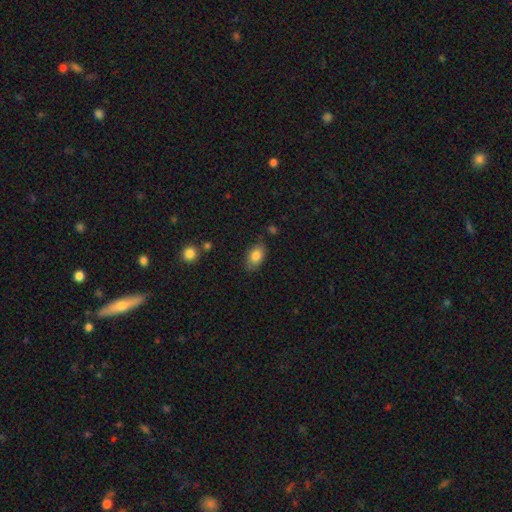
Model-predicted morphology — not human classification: Q: Smooth or featured?
A: smooth (83%); runner-up: featured or disk (9%)
Q: How rounded?
A: in between (89%); runner-up: round (9%)
Q: Merging?
A: none (78%); runner-up: minor disturbance (16%)